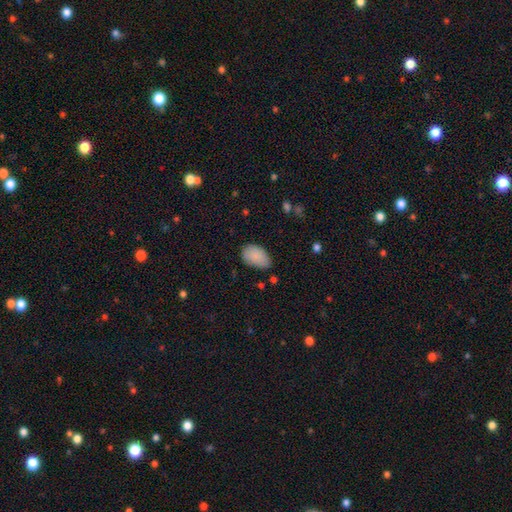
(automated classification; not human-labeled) A smooth galaxy with no disk features (88%) that is in between round and cigar-shaped (92%). Merging: none (70%).